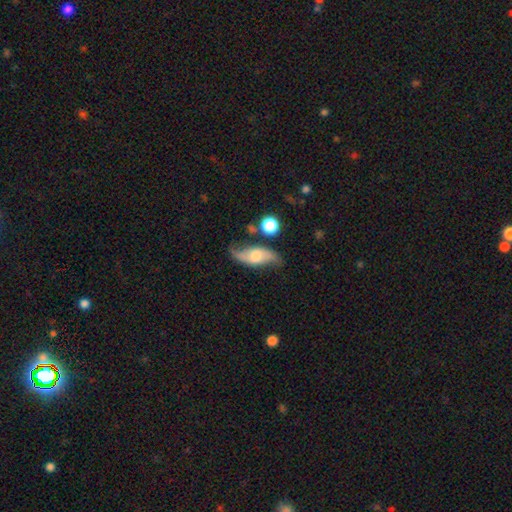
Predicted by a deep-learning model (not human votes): This is likely a featured or disk galaxy (66%). It is clearly not viewed edge-on (85%). Bar: possibly no (58%). Spiral arm pattern: clearly yes (89%). Central bulge: possibly moderate (48%). Merging: likely none (63%).